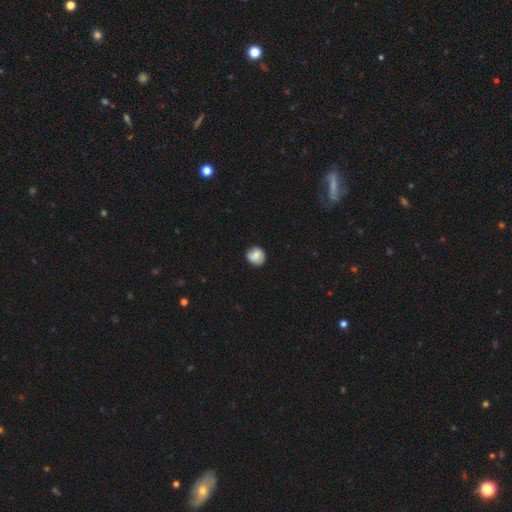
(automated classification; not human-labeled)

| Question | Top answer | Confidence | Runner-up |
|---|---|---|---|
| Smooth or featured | smooth | 73% | featured or disk (20%) |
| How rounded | round | 84% | in between (15%) |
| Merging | none | 77% | minor disturbance (18%) |